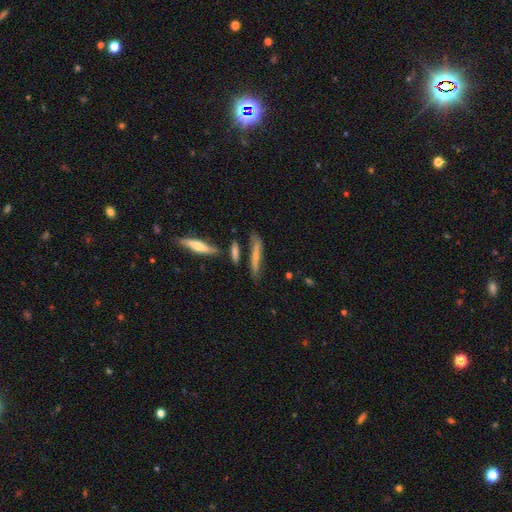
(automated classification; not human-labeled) The model was most divided on "smooth or featured": smooth: 46%, featured or disk: 45%, star or artifact: 9%. More confident: merging — none (62%).